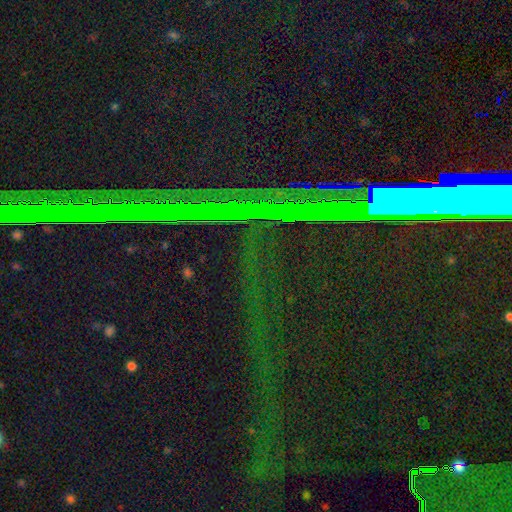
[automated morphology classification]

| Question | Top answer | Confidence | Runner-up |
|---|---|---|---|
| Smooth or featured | star or artifact | 82% | featured or disk (9%) |